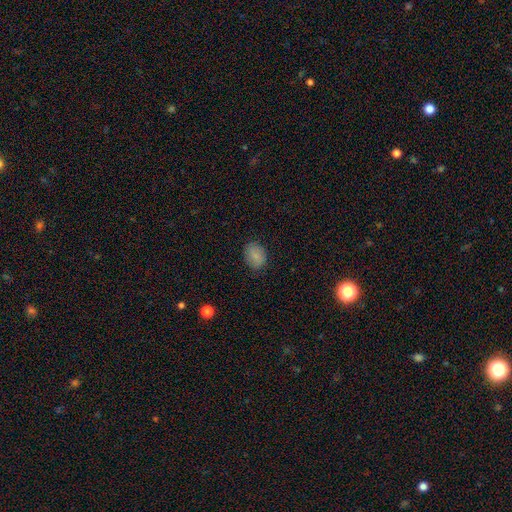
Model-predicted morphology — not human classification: smooth-or-featured: smooth: 84% | star or artifact: 9% | featured or disk: 7%
  how-rounded: in between: 65% | round: 34% | cigar-shaped: 1%
  merging: none: 82% | minor disturbance: 14% | major disturbance: 3% | merger: 1%